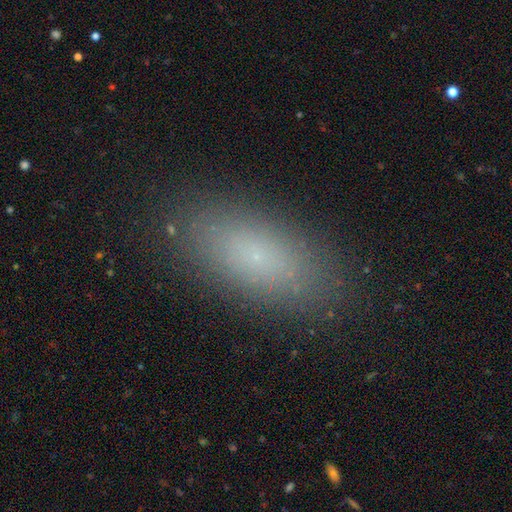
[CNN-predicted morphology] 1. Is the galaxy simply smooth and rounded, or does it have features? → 74% smooth, 14% featured or disk, 12% star or artifact.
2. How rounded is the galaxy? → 80% in between, 16% cigar-shaped, 4% round.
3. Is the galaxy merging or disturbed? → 87% none, 9% minor disturbance, 3% major disturbance, 1% merger.